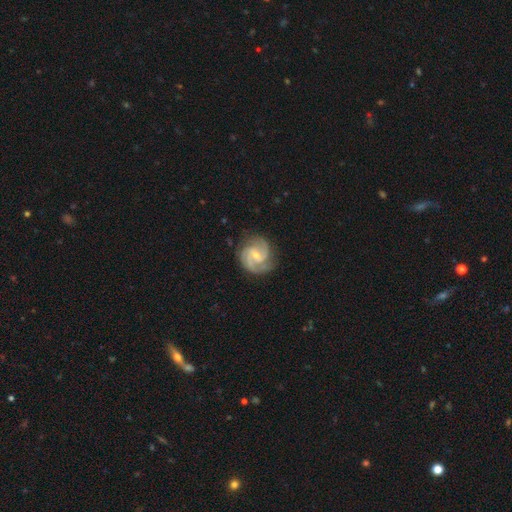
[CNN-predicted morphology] Smooth or featured: featured or disk — 90% (smooth — 6%)
Edge-on disk: no — 98% (yes — 2%)
Bar: weak — 52% (no — 36%)
Spiral arms: yes — 98% (no — 2%)
Spiral winding: tight — 46% (tied with medium — 46%)
Spiral arm count: 2 — 48% (3 — 33%)
Bulge size: small — 63% (moderate — 32%)
Merging: none — 78% (minor disturbance — 16%)